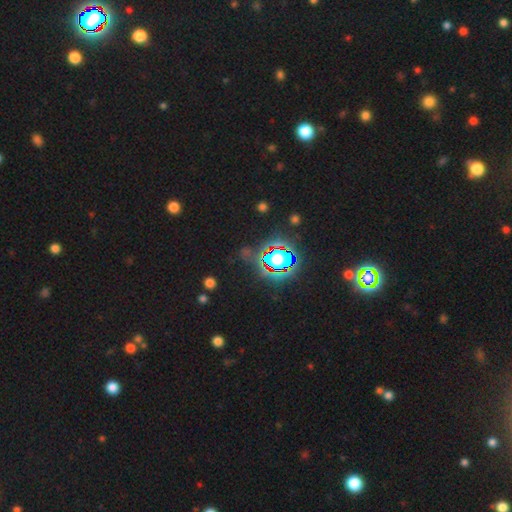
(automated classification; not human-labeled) star or artifact 83%, smooth 10%, featured or disk 7%.